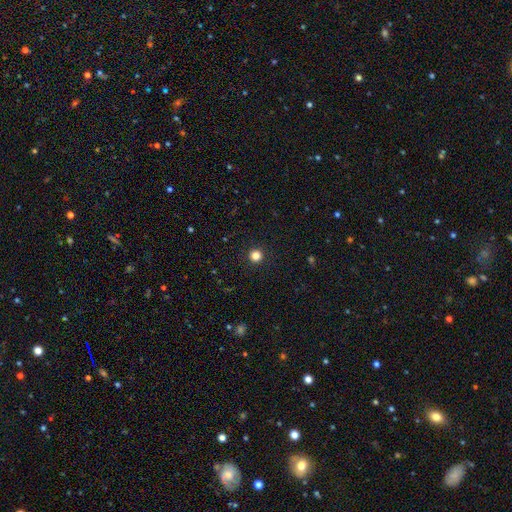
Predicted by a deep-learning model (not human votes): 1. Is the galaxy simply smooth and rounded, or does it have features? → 83% smooth, 13% star or artifact, 4% featured or disk.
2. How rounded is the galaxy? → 96% round, 3% in between, 1% cigar-shaped.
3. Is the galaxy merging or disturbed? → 93% none, 4% minor disturbance, 2% major disturbance, 1% merger.